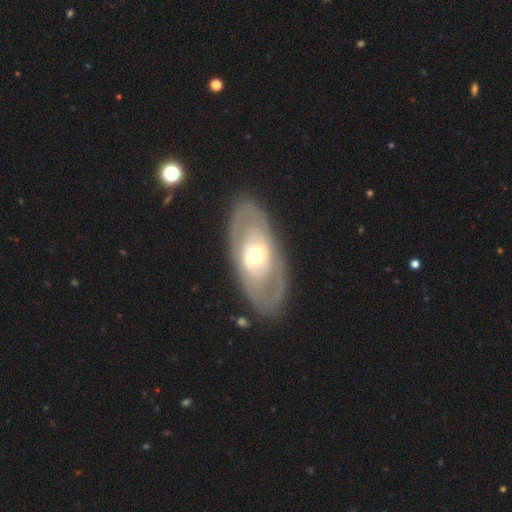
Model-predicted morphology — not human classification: Smooth or featured: featured or disk — 67% (smooth — 28%)
Edge-on disk: no — 88% (yes — 12%)
Bar: no — 61% (weak — 26%)
Spiral arms: no — 69% (yes — 31%)
Bulge size: moderate — 69% (small — 15%)
Merging: none — 83% (minor disturbance — 11%)